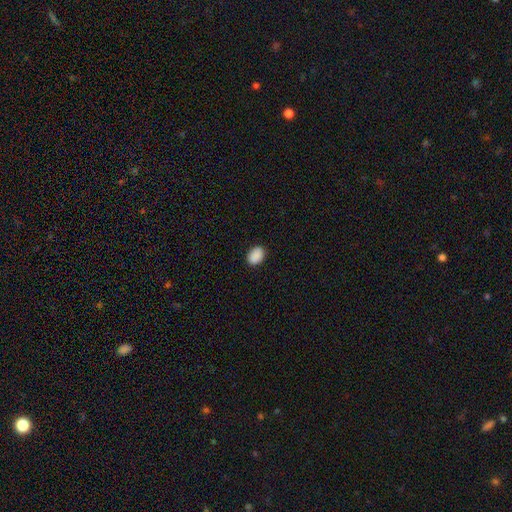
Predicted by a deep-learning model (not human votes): A smooth galaxy with no disk features (90%) that is in between round and cigar-shaped (79%). Merging: none (89%).